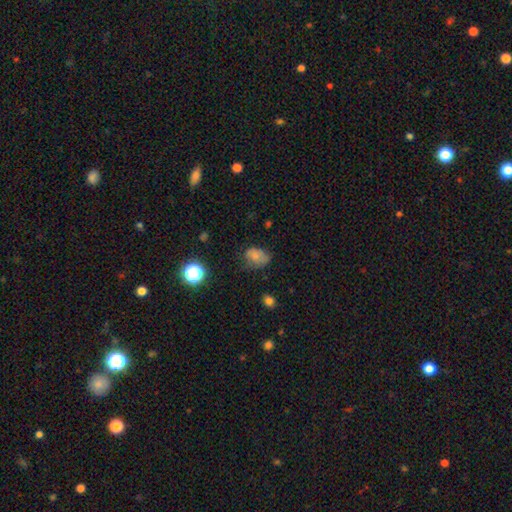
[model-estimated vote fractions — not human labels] Q: Smooth or featured?
A: smooth (75%); runner-up: star or artifact (13%)
Q: How rounded?
A: in between (72%); runner-up: round (27%)
Q: Merging?
A: none (49%); runner-up: minor disturbance (34%)